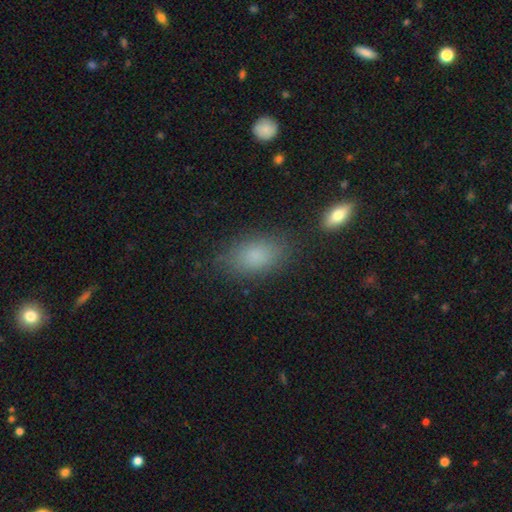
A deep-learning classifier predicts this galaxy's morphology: smooth-or-featured: smooth: 83% | star or artifact: 9% | featured or disk: 8%
  how-rounded: in between: 89% | round: 7% | cigar-shaped: 3%
  merging: none: 77% | minor disturbance: 15% | major disturbance: 5% | merger: 3%